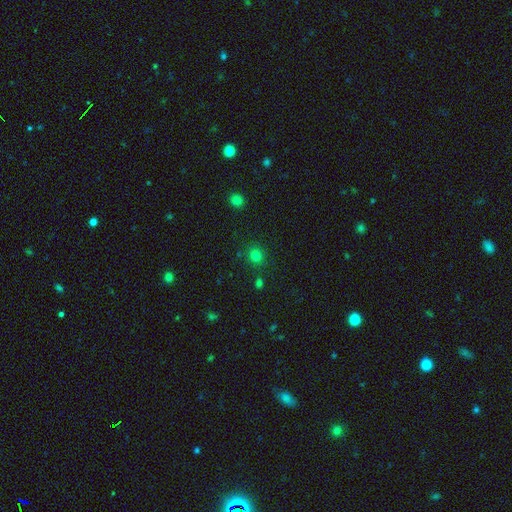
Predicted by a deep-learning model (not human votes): Smooth or featured? Predicted: smooth (p=0.78). How rounded? Predicted: round (p=0.83). Merging? Predicted: none (p=0.84).